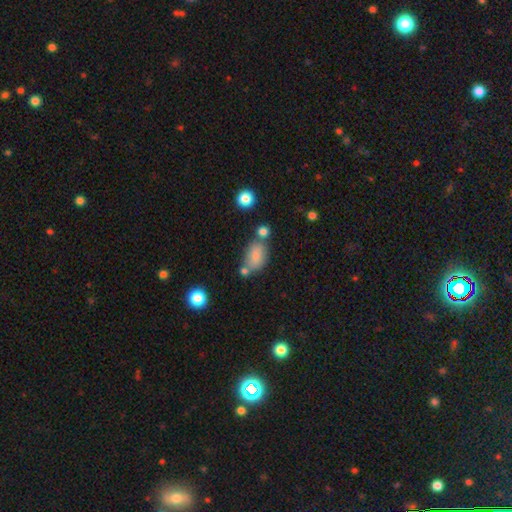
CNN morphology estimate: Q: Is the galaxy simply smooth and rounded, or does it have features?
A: smooth — 80%.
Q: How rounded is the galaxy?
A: in between — 88%.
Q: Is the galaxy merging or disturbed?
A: none — 55%.